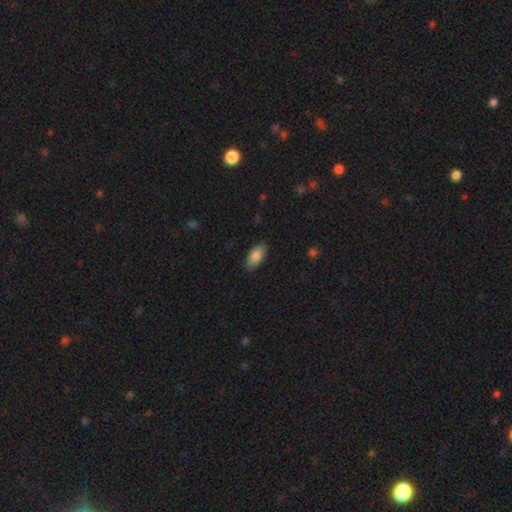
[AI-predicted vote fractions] The model was most divided on "merging": none: 85%, minor disturbance: 11%, major disturbance: 3%, merger: 1%. More confident: how rounded — in between (91%); smooth or featured — smooth (86%).